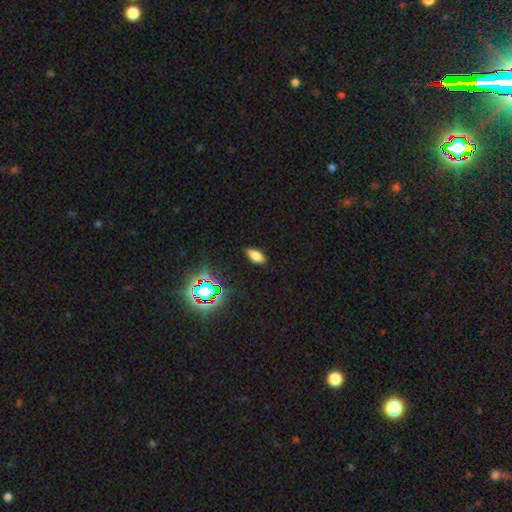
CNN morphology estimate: smooth_or_featured: smooth (p=0.74) [alt: star or artifact p=0.17]
how_rounded: in between (p=0.86) [alt: cigar-shaped p=0.10]
merging: none (p=0.86) [alt: minor disturbance p=0.11]